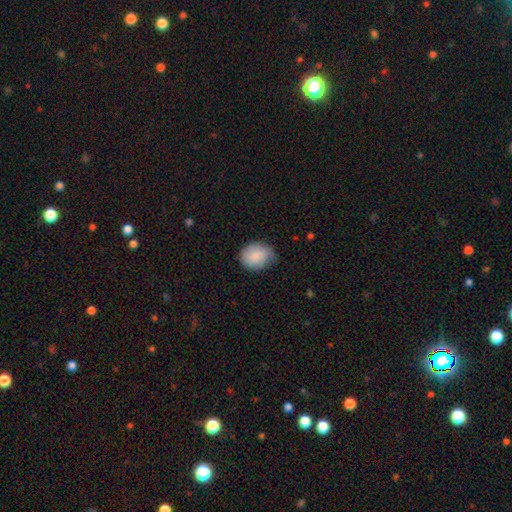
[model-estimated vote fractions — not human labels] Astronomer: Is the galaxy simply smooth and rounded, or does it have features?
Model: smooth — 86%.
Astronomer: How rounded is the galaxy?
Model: round — 53% (runner-up: in between, 46%).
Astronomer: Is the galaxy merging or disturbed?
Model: none — 61%.